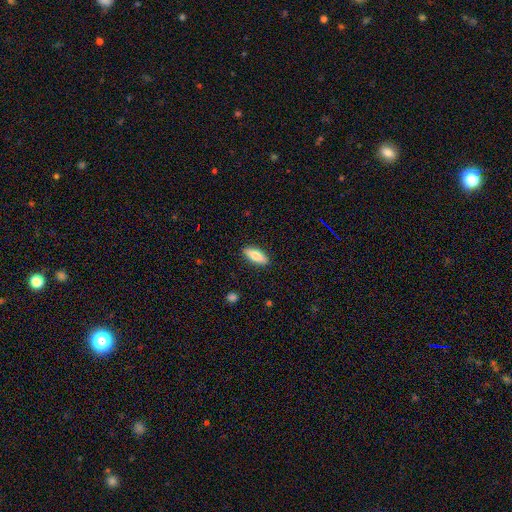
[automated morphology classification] smooth_or_featured: smooth (p=0.79) [alt: featured or disk p=0.15]
how_rounded: in between (p=0.70) [alt: cigar-shaped p=0.28]
merging: none (p=0.89) [alt: minor disturbance p=0.08]